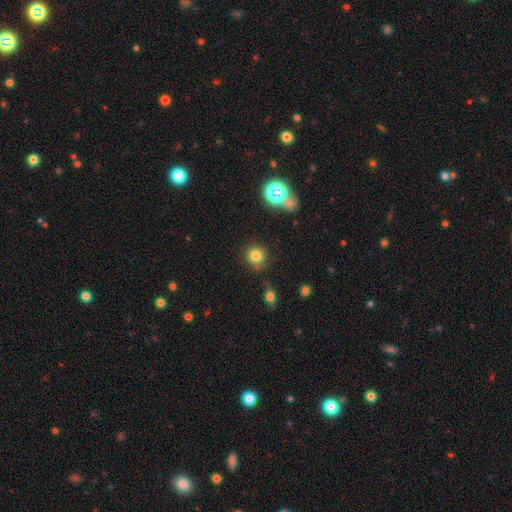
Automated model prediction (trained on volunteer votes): The model was most divided on "smooth or featured": smooth: 78%, star or artifact: 15%, featured or disk: 7%. More confident: how rounded — round (91%); merging — none (82%).